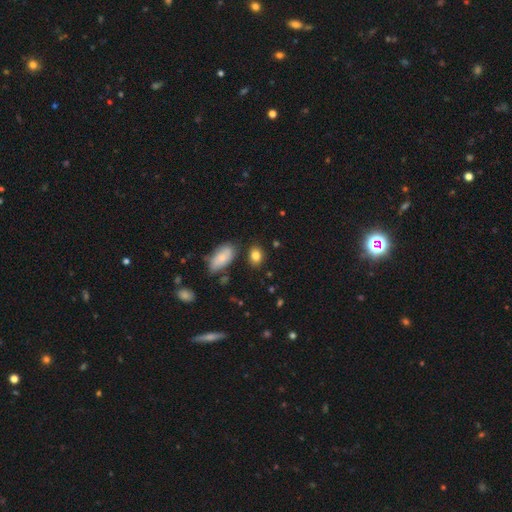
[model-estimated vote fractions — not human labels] This appears to be a smooth galaxy with no disk features (83%) that is in between round and cigar-shaped (69%). Merging: none (80%).